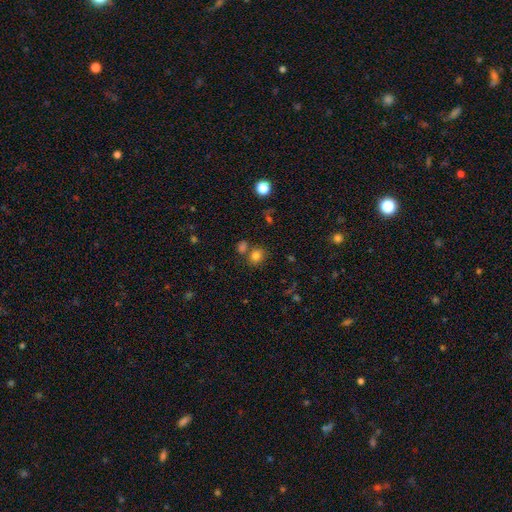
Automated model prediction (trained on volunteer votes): This is likely a smooth galaxy (79%). How rounded: likely round (70%). Merging: likely none (70%).